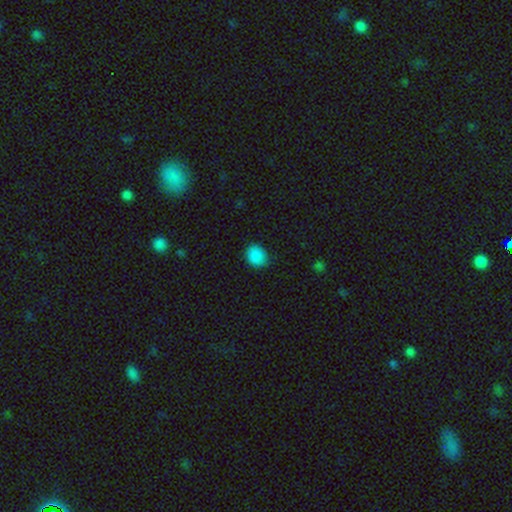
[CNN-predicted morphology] type=smooth (88%); roundness=round (60%); merging=none (82%).